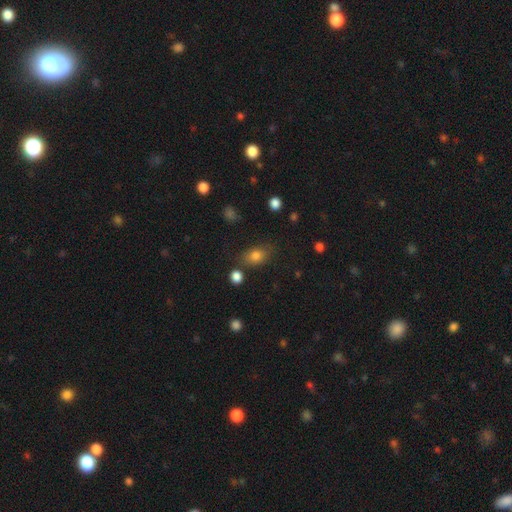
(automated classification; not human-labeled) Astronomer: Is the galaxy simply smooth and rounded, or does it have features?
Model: smooth — 80%.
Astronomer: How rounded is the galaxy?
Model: in between — 78%.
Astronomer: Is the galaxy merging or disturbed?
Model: none — 74%.